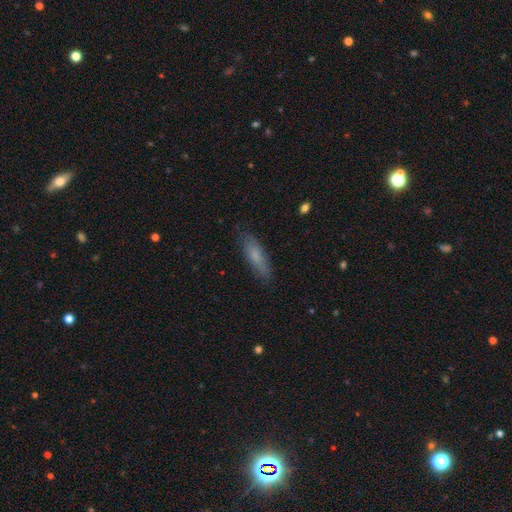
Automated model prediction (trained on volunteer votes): The model was most divided on "how rounded": cigar-shaped: 58%, in between: 40%, round: 2%. More confident: merging — none (83%); smooth or featured — smooth (72%).